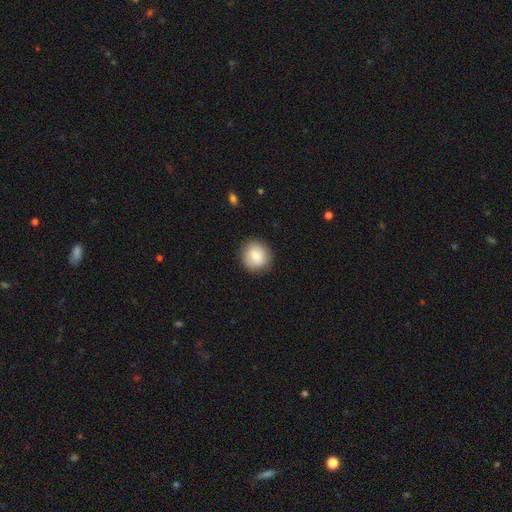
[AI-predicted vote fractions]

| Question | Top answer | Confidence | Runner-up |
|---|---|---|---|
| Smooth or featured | smooth | 80% | featured or disk (13%) |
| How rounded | round | 88% | in between (11%) |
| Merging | none | 88% | minor disturbance (9%) |